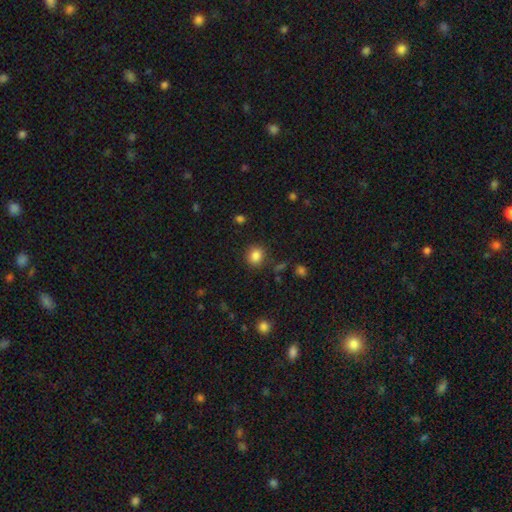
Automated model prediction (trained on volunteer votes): Smooth or featured? Predicted: smooth (p=0.84). How rounded? Predicted: round (p=0.80). Merging? Predicted: none (p=0.87).